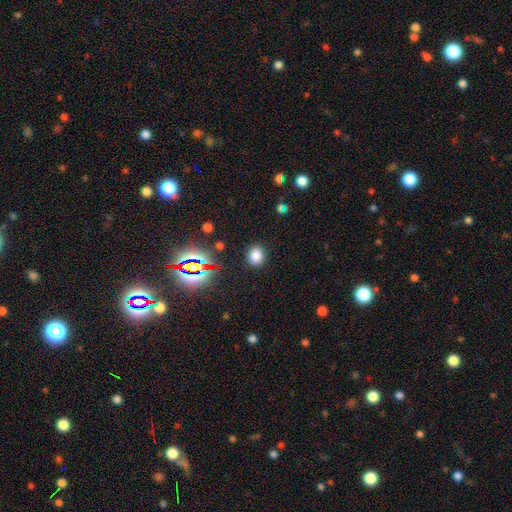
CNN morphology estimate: A smooth galaxy with no disk features (76%) that is round (69%).

Vote fractions:
- Smooth or featured? smooth: 76% / star or artifact: 18% / featured or disk: 6%
- How rounded? round: 69% / in between: 30% / cigar-shaped: 1%
- Merging? none: 88% / minor disturbance: 7% / major disturbance: 3% / merger: 2%